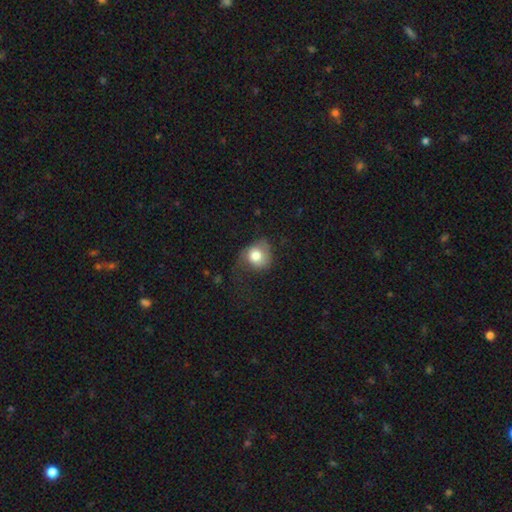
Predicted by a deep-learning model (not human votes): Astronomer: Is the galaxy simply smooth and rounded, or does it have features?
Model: smooth — 72%.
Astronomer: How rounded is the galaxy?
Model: round — 71%.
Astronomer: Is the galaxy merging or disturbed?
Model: none — 39% (runner-up: minor disturbance, 30%).